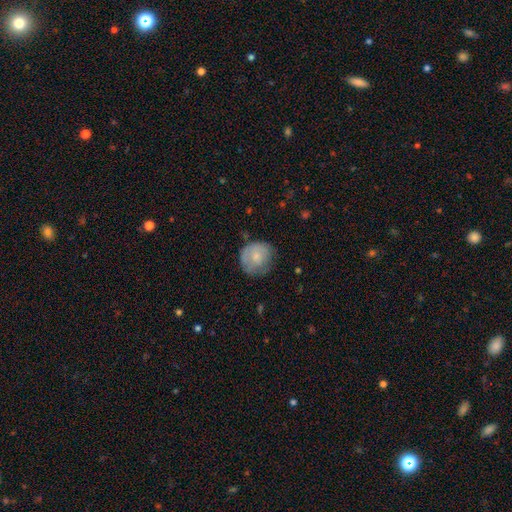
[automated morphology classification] The model was most divided on "merging": none: 63%, minor disturbance: 26%, major disturbance: 9%, merger: 2%. More confident: how rounded — round (84%); smooth or featured — smooth (71%).